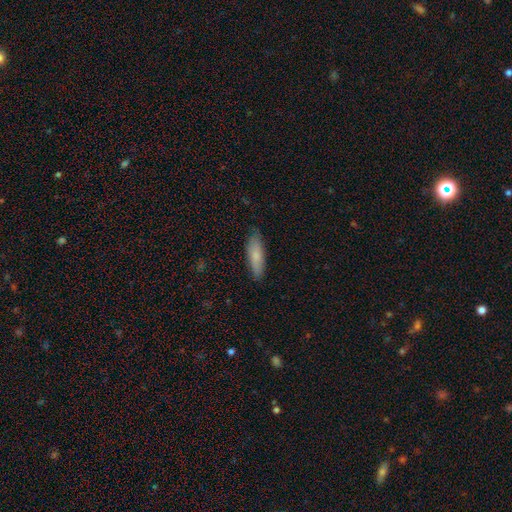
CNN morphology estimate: type=smooth (78%); roundness=cigar-shaped (50%); merging=none (83%).